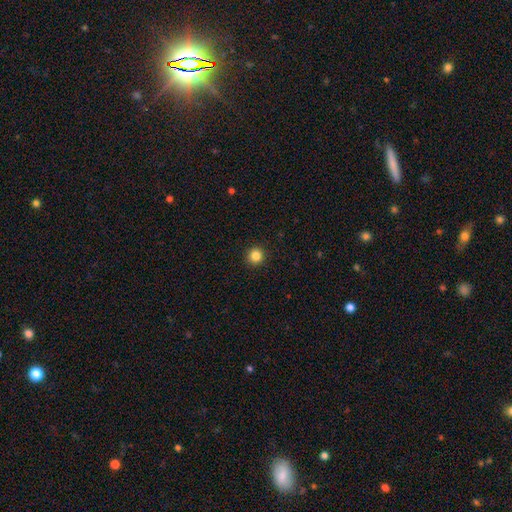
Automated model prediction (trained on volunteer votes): A smooth galaxy with no disk features (85%) that is round (94%). Merging: none (93%).